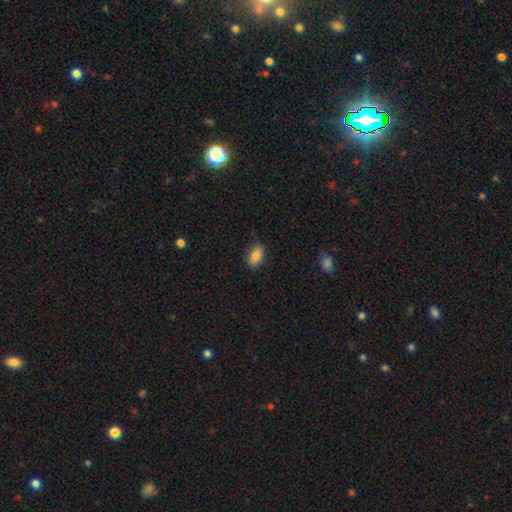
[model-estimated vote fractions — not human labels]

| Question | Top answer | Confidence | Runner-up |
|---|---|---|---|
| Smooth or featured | smooth | 84% | featured or disk (9%) |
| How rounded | in between | 90% | round (5%) |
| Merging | none | 85% | minor disturbance (11%) |